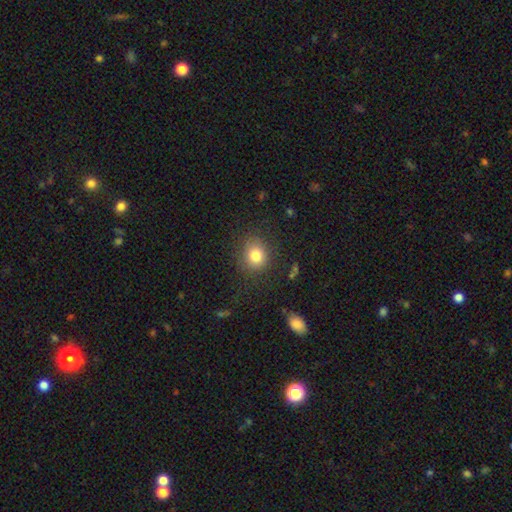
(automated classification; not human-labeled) This appears to be a smooth galaxy with no disk features (81%) that is round (75%). Merging: none (82%).